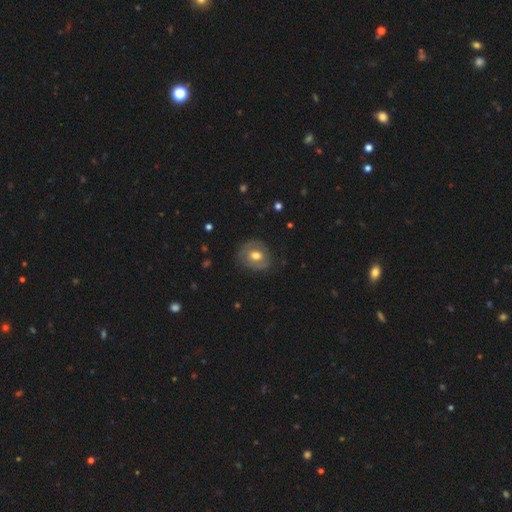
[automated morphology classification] This appears to be a smooth galaxy with no disk features (51%) that is round (69%). Merging: none (76%).